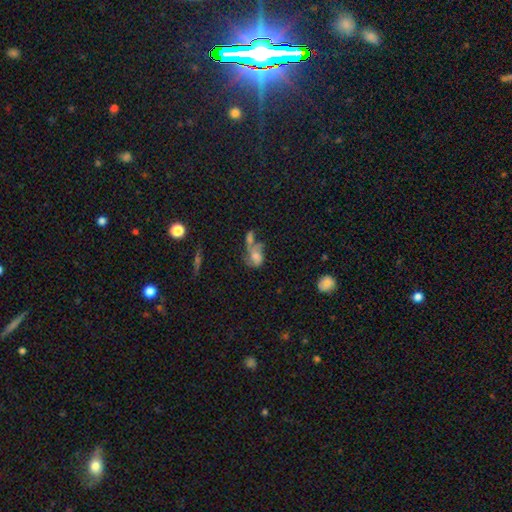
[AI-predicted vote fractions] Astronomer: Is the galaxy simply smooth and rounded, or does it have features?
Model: smooth — 51% (runner-up: featured or disk, 36%).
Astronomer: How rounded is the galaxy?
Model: in between — 71%.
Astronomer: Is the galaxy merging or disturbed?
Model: merger — 47%.